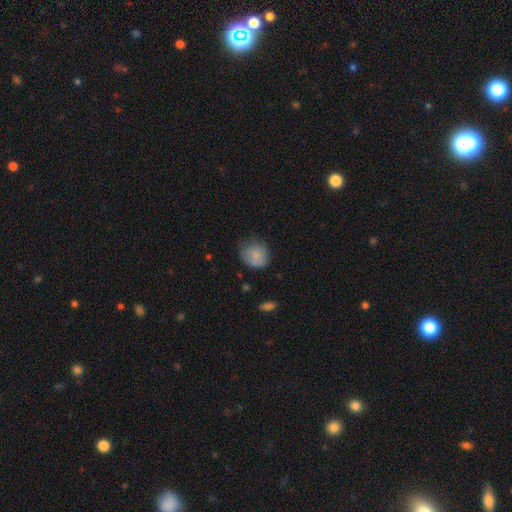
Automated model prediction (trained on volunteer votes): Morphology: type=smooth (81%); roundness=round (77%); merging=none (57%).